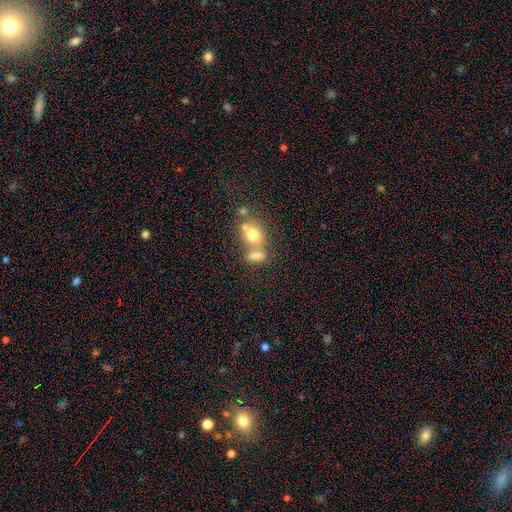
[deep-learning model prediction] A smooth galaxy with no disk features (72%) that is in between round and cigar-shaped (69%).

Vote fractions:
- Smooth or featured? smooth: 72% / featured or disk: 16% / star or artifact: 12%
- How rounded? in between: 69% / round: 23% / cigar-shaped: 8%
- Merging? merger: 47% / none: 38% / minor disturbance: 10% / major disturbance: 6%